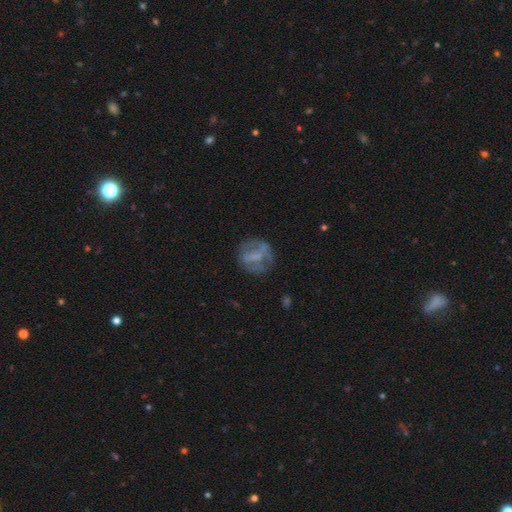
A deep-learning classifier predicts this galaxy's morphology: Overall: featured or disk (51%; smooth 38%). Edge-on disk: no (96%). Merging: none (60%).